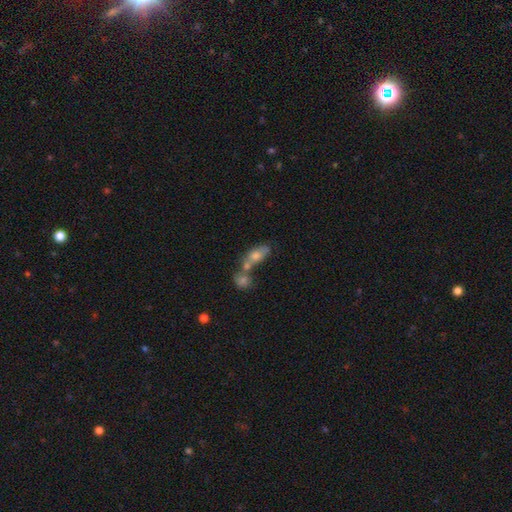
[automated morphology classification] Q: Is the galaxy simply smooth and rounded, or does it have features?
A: smooth — 63%.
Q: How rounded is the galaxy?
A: in between — 76%.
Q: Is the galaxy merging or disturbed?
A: merger — 54%.